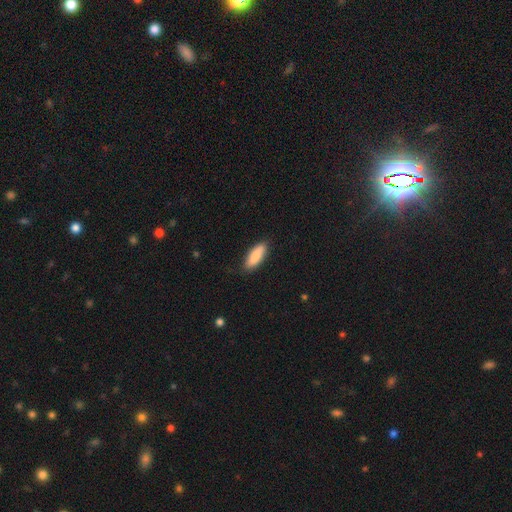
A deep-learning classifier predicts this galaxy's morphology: Smooth or featured? smooth (88%)
How rounded? in between (63%)
Merging? none (83%)